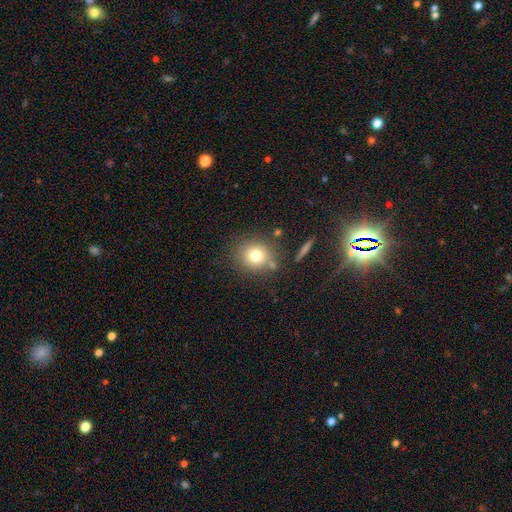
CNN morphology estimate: Smooth or featured? smooth (77%)
How rounded? round (85%)
Merging? none (75%)